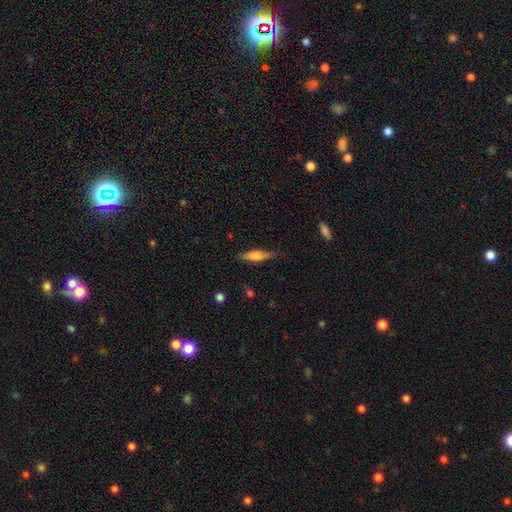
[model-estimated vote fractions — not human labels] Smooth or featured?
  - smooth: 57% *
  - featured or disk: 37%
  - star or artifact: 6%
How rounded?
  - cigar-shaped: 63% *
  - in between: 35%
  - round: 2%
Merging?
  - none: 79% *
  - minor disturbance: 16%
  - major disturbance: 3%
  - merger: 1%